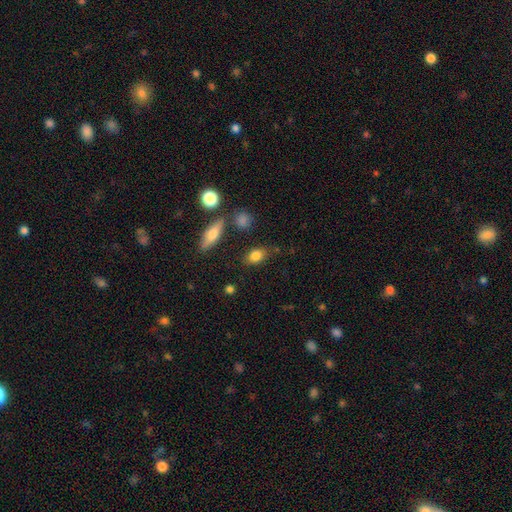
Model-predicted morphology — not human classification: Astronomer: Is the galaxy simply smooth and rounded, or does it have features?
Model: smooth — 81%.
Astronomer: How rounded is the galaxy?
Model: in between — 77%.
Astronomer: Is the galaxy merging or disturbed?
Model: none — 77%.